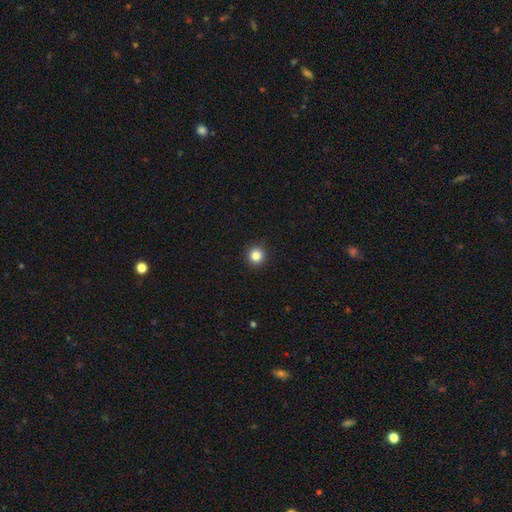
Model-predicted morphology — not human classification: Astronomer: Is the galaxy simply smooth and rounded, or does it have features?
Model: smooth — 85%.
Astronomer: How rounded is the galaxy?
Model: round — 94%.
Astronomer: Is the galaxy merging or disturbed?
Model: none — 92%.